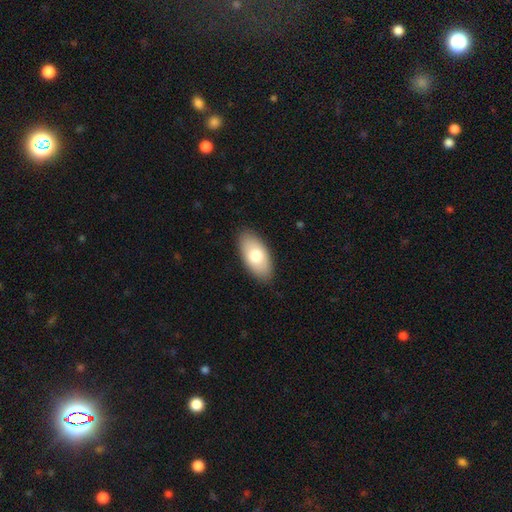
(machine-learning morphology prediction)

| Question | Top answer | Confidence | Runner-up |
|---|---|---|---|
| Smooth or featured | smooth | 74% | featured or disk (20%) |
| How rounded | in between | 93% | cigar-shaped (4%) |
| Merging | none | 87% | minor disturbance (10%) |